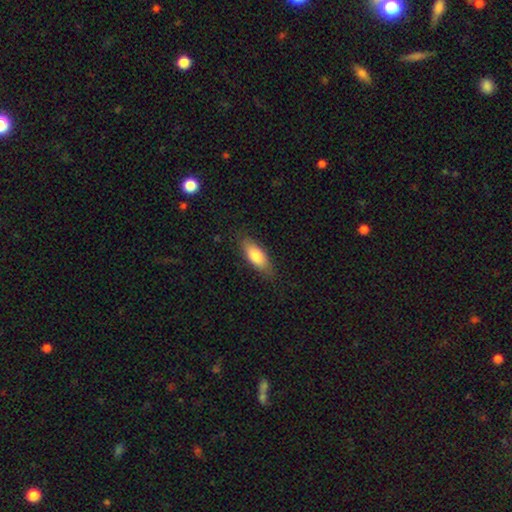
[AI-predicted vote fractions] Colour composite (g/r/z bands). It shows a smooth galaxy with no disk features (79%) that is in between round and cigar-shaped (76%). Merging: none (81%).